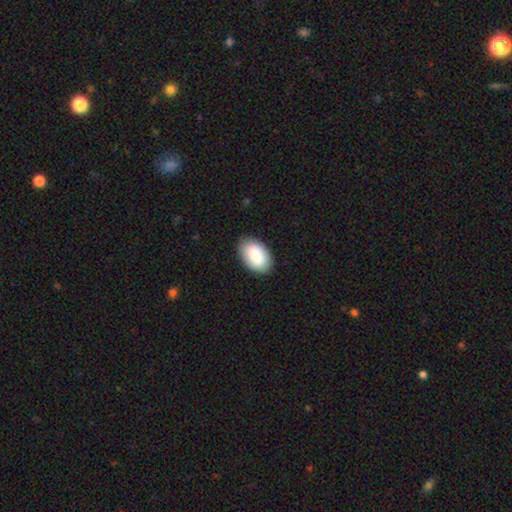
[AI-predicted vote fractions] This appears to be a smooth galaxy with no disk features (84%) that is in between round and cigar-shaped (92%). Merging: none (85%).